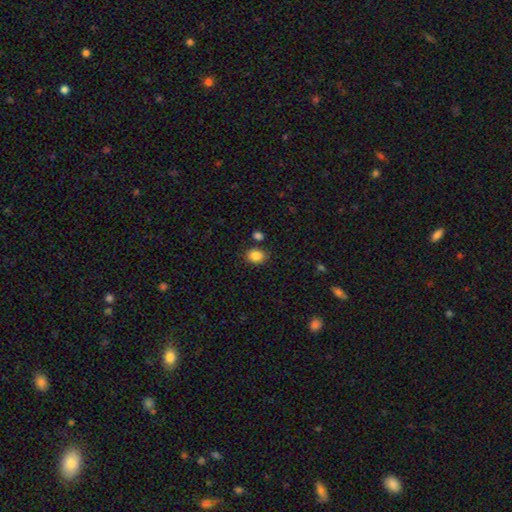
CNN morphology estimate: Q: Smooth or featured?
A: smooth (86%); runner-up: star or artifact (10%)
Q: How rounded?
A: in between (55%); runner-up: round (44%)
Q: Merging?
A: none (79%); runner-up: minor disturbance (12%)